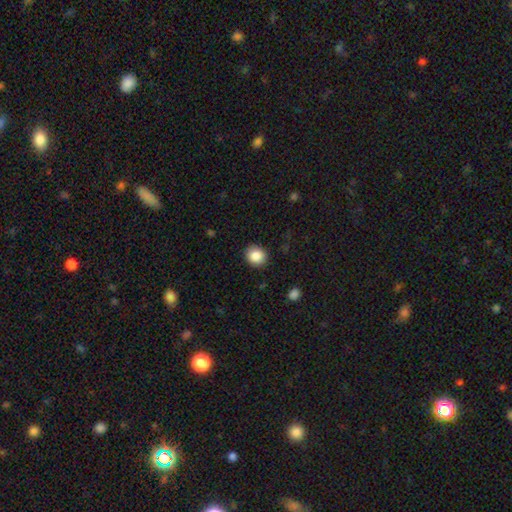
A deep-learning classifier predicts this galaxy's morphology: smooth 86%, star or artifact 9%, featured or disk 5%. Down the decision tree: how rounded — round (75%); merging — none (88%).